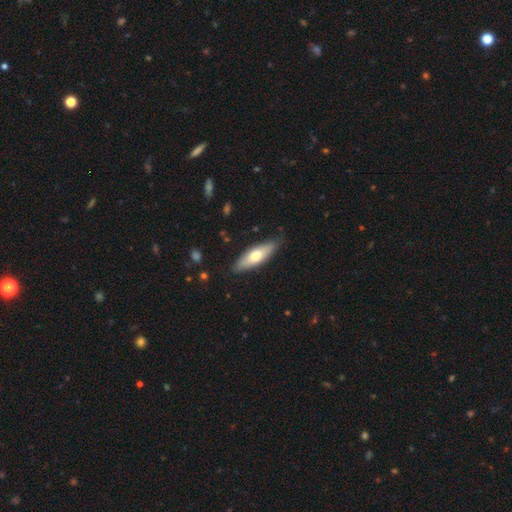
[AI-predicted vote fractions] Morphology: type=smooth (61%); roundness=cigar-shaped (49%, tied with in between); merging=none (84%).